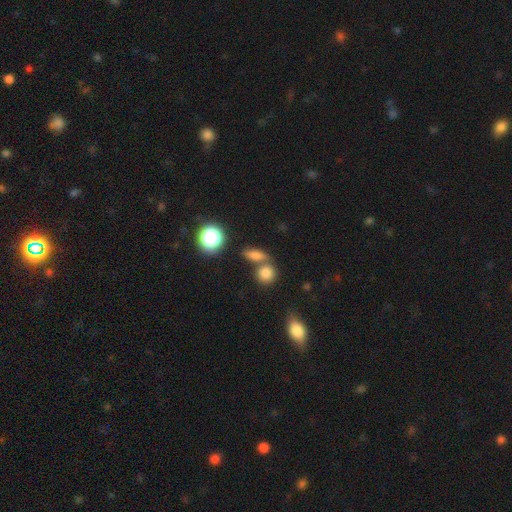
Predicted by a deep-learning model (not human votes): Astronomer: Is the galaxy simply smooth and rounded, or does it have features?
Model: smooth — 75%.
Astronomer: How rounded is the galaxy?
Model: in between — 60%.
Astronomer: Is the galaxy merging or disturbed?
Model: none — 54% (runner-up: merger, 31%).